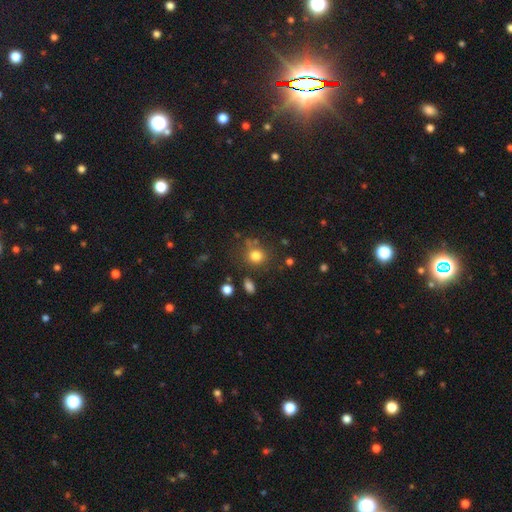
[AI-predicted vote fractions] Q: Smooth or featured?
A: smooth (79%); runner-up: star or artifact (14%)
Q: How rounded?
A: round (84%); runner-up: in between (15%)
Q: Merging?
A: none (73%); runner-up: minor disturbance (14%)